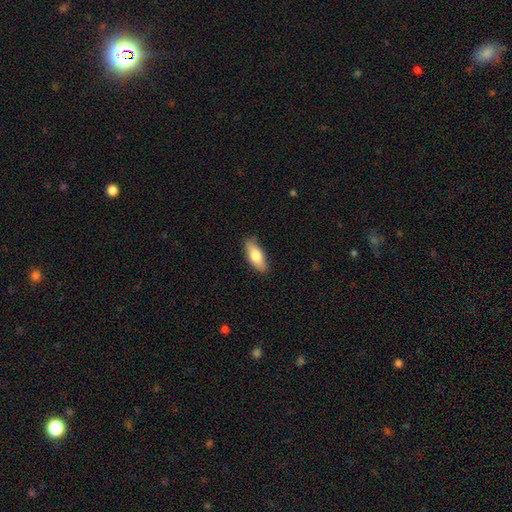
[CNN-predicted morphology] A smooth galaxy with no disk features (77%) that is in between round and cigar-shaped (77%).

Vote fractions:
- Smooth or featured? smooth: 77% / featured or disk: 18% / star or artifact: 6%
- How rounded? in between: 77% / cigar-shaped: 21% / round: 2%
- Merging? none: 85% / minor disturbance: 12% / major disturbance: 2% / merger: 1%